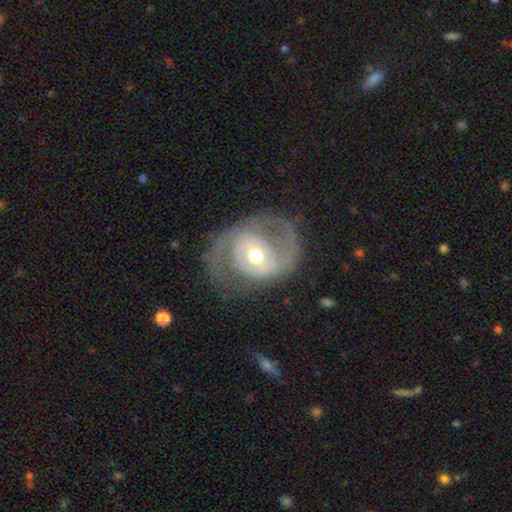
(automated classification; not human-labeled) featured or disk 76%, smooth 19%, star or artifact 5%. Down the decision tree: edge-on disk — no (96%); bar — no (58%); spiral arms — yes (66%); bulge size — moderate (72%); merging — none (62%).